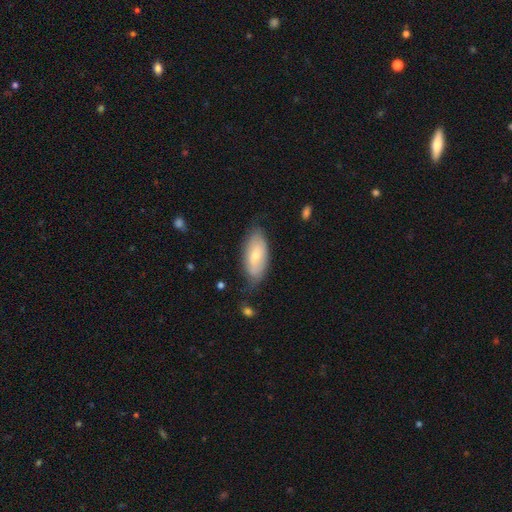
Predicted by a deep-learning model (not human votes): Smooth or featured? smooth (59%)
How rounded? in between (90%)
Merging? none (67%)